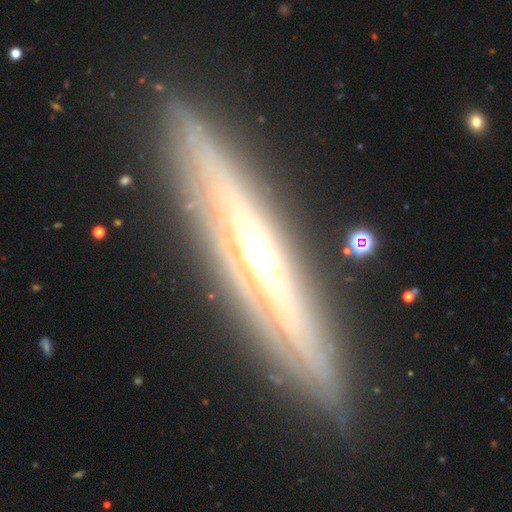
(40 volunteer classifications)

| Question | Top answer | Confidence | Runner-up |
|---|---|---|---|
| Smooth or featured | featured or disk | 78% | smooth (15%) |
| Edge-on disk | yes | 87% | no (13%) |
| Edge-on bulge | rounded | 74% | none (26%) |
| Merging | none | 92% | minor disturbance (8%) |